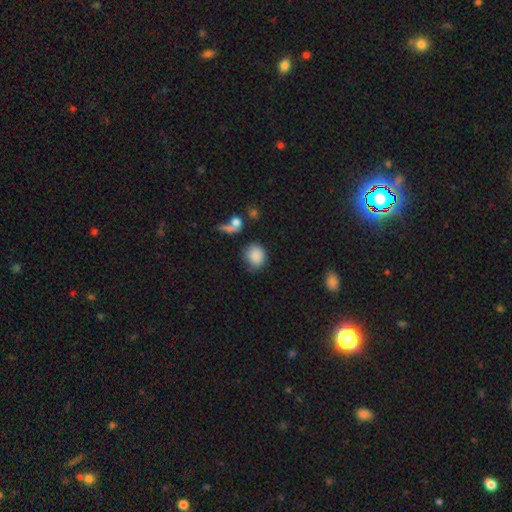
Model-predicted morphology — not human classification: Smooth or featured? Predicted: smooth (p=0.85). How rounded? Predicted: round (p=0.67). Merging? Predicted: none (p=0.66).